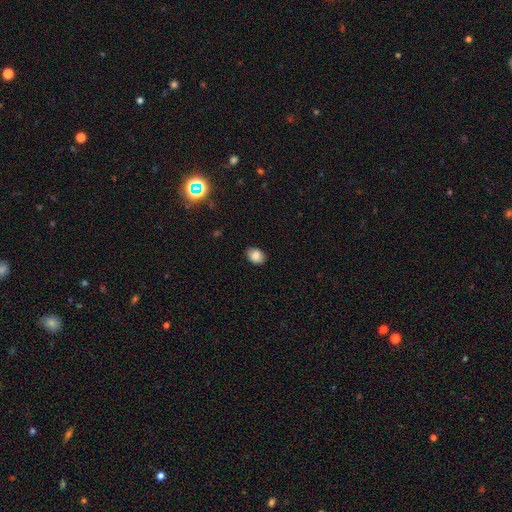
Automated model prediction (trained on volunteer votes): A smooth galaxy with no disk features (86%) that is in between round and cigar-shaped (62%). Merging: none (86%).